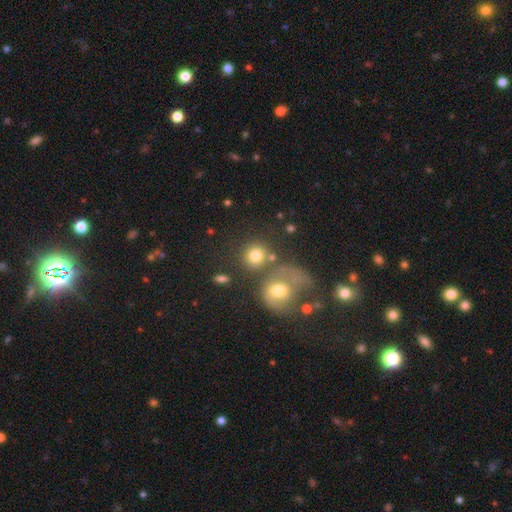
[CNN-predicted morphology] This is likely a smooth galaxy (77%). How rounded: clearly round (84%). Merging: possibly none (53%).